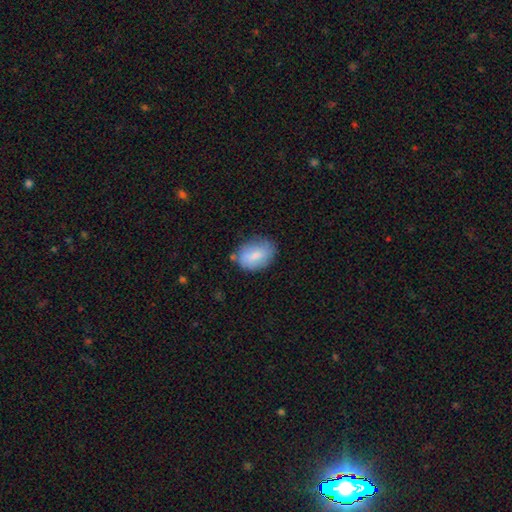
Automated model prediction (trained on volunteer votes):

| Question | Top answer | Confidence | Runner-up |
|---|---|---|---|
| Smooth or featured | smooth | 76% | featured or disk (17%) |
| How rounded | in between | 78% | round (20%) |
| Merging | none | 65% | minor disturbance (25%) |